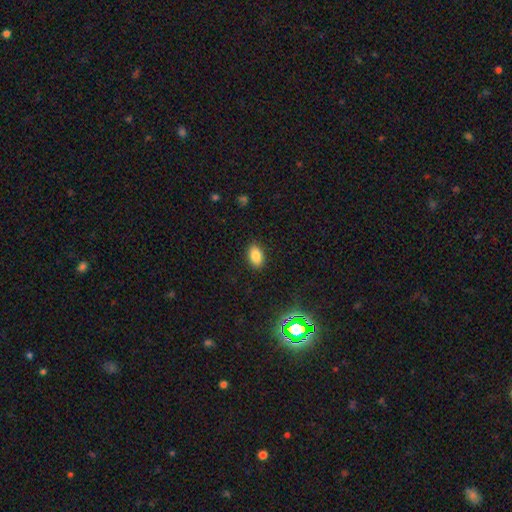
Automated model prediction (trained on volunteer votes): The model was most divided on "smooth or featured": smooth: 84%, star or artifact: 10%, featured or disk: 6%. More confident: how rounded — in between (89%); merging — none (89%).